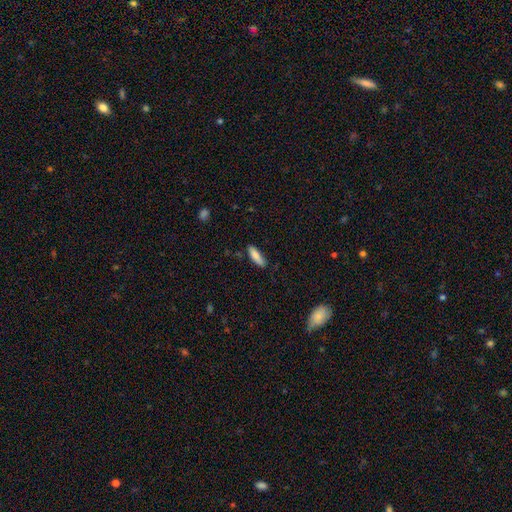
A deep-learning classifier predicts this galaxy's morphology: This is clearly a smooth galaxy (86%). How rounded: possibly cigar-shaped (56%). Merging: likely none (79%).